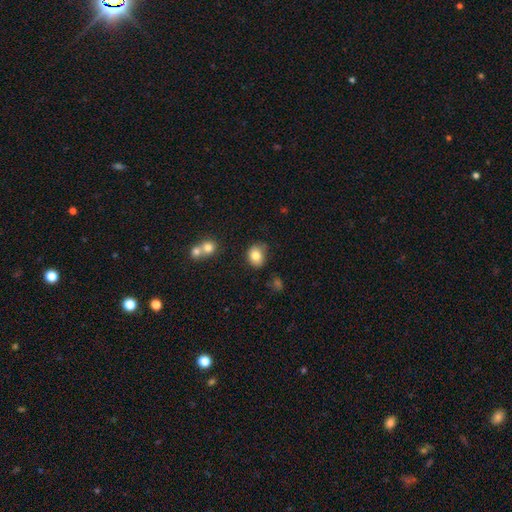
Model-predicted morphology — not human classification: The model was most divided on "how rounded": round: 50%, in between: 49%, cigar-shaped: 1%. More confident: smooth or featured — smooth (81%); merging — none (71%).